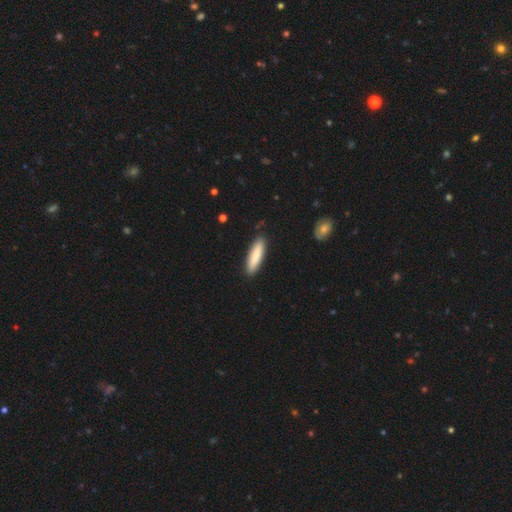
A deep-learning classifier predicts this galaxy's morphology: Q: Smooth or featured?
A: smooth (84%); runner-up: featured or disk (11%)
Q: How rounded?
A: cigar-shaped (73%); runner-up: in between (26%)
Q: Merging?
A: none (89%); runner-up: minor disturbance (8%)